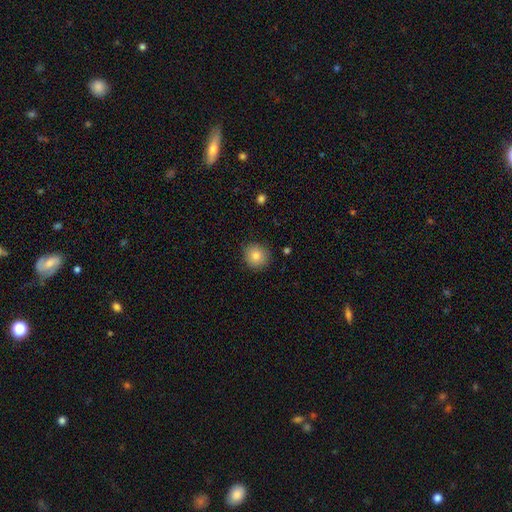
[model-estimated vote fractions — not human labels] Smooth or featured? Predicted: smooth (p=0.84). How rounded? Predicted: round (p=0.92). Merging? Predicted: none (p=0.89).